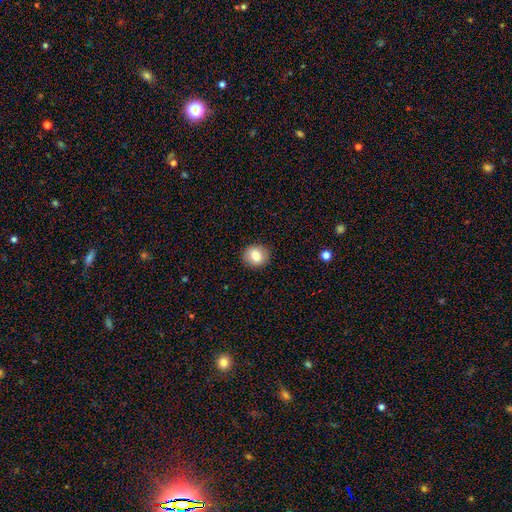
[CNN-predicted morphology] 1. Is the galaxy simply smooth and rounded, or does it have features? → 81% smooth, 10% featured or disk, 9% star or artifact.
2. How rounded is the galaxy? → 82% round, 17% in between, 1% cigar-shaped.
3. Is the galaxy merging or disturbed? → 90% none, 7% minor disturbance, 2% major disturbance, 1% merger.